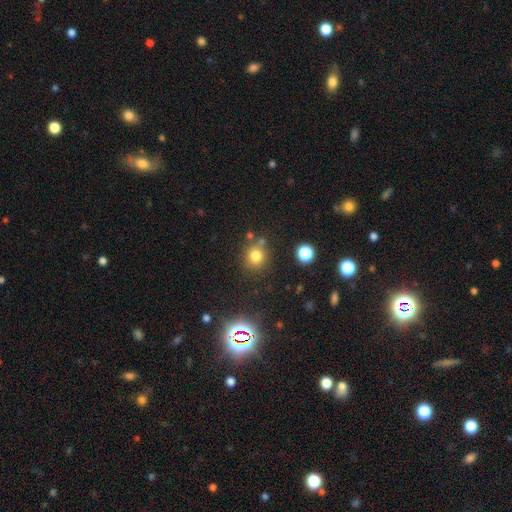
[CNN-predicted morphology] smooth_or_featured: smooth (p=0.76) [alt: star or artifact p=0.17]
how_rounded: round (p=0.87) [alt: in between p=0.12]
merging: none (p=0.73) [alt: minor disturbance p=0.11]